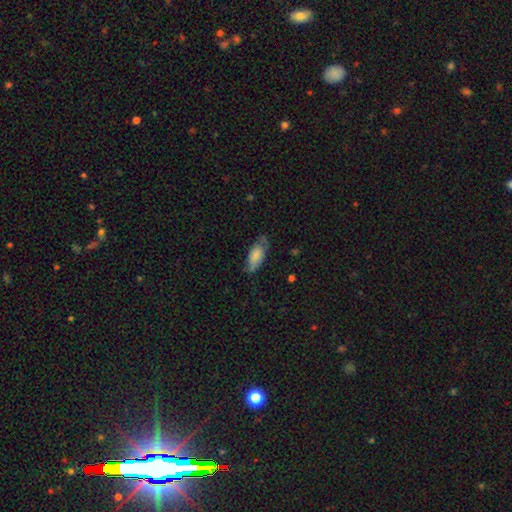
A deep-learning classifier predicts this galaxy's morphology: Overall: smooth (68%). How rounded: in between (87%). Merging: none (58%; minor disturbance 30%).